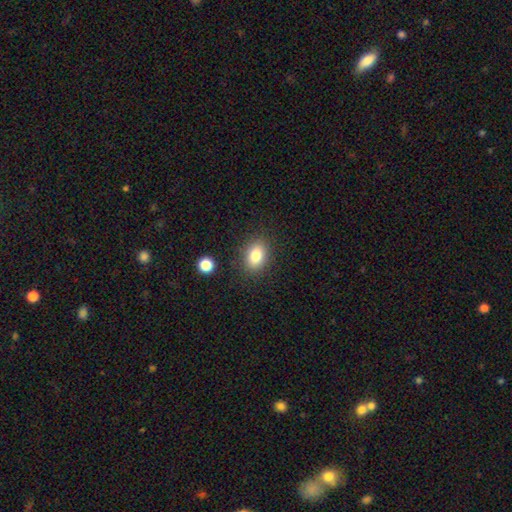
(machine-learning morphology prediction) smooth-or-featured: smooth: 82% | star or artifact: 10% | featured or disk: 8%
  how-rounded: in between: 74% | round: 25% | cigar-shaped: 1%
  merging: none: 85% | minor disturbance: 10% | major disturbance: 3% | merger: 2%